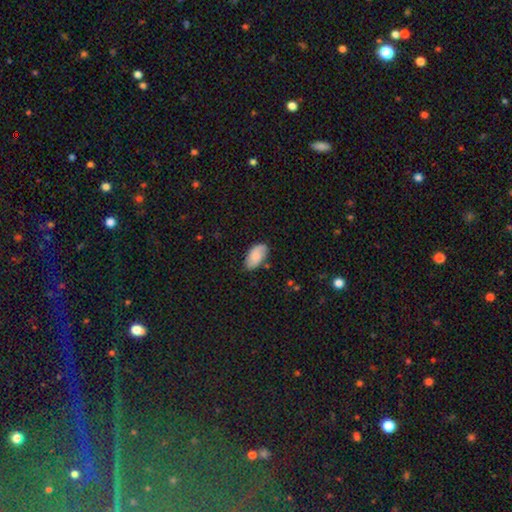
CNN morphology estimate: Smooth or featured? Predicted: smooth (p=0.72). How rounded? Predicted: in between (p=0.95). Merging? Predicted: none (p=0.77).